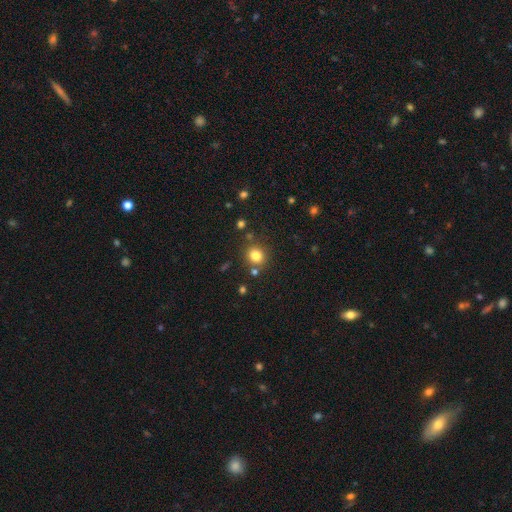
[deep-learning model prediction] Smooth or featured? Predicted: smooth (p=0.81). How rounded? Predicted: round (p=0.83). Merging? Predicted: none (p=0.80).